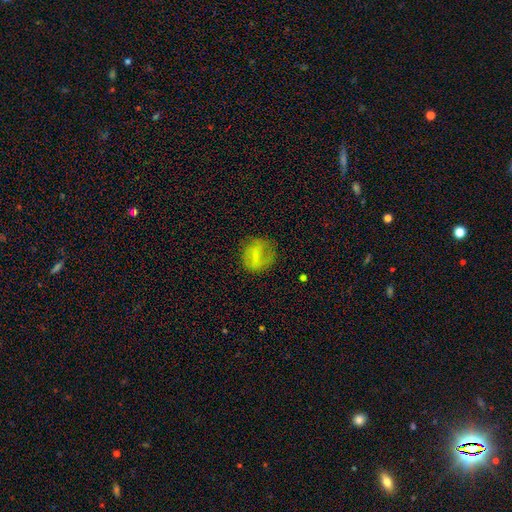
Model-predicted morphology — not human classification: A smooth galaxy with no disk features (54%) that is round (70%).

Vote fractions:
- Smooth or featured? smooth: 54% / featured or disk: 36% / star or artifact: 10%
- How rounded? round: 70% / in between: 27% / cigar-shaped: 2%
- Merging? none: 67% / minor disturbance: 19% / major disturbance: 12% / merger: 2%